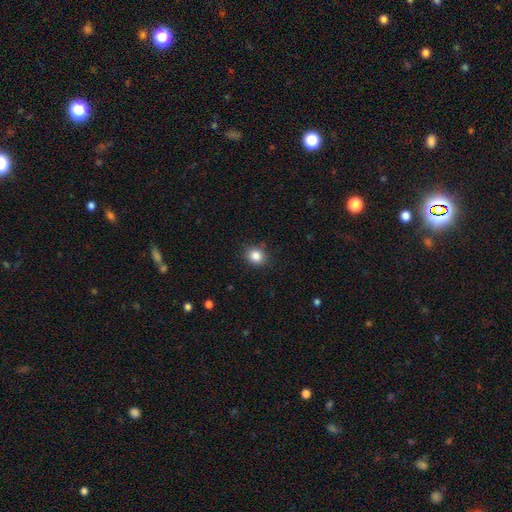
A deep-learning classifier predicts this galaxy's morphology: Smooth or featured? Predicted: smooth (p=0.85). How rounded? Predicted: round (p=0.68). Merging? Predicted: none (p=0.86).